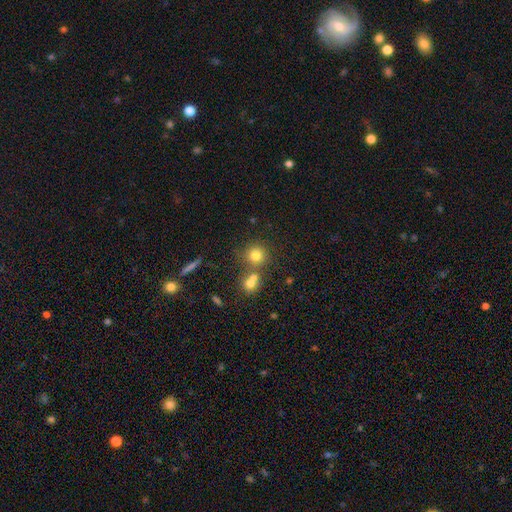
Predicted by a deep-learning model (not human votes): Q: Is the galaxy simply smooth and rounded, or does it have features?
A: smooth — 76%.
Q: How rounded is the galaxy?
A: round — 90%.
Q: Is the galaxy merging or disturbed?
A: none — 65%.